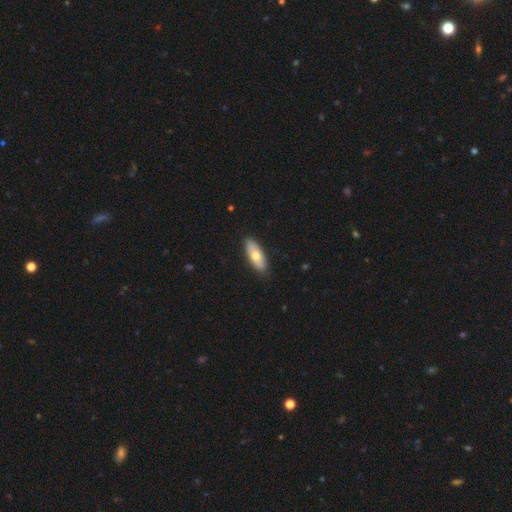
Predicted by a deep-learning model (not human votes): smooth_or_featured: smooth (p=0.66) [alt: featured or disk p=0.28]
how_rounded: in between (p=0.75) [alt: cigar-shaped p=0.22]
merging: none (p=0.88) [alt: minor disturbance p=0.09]